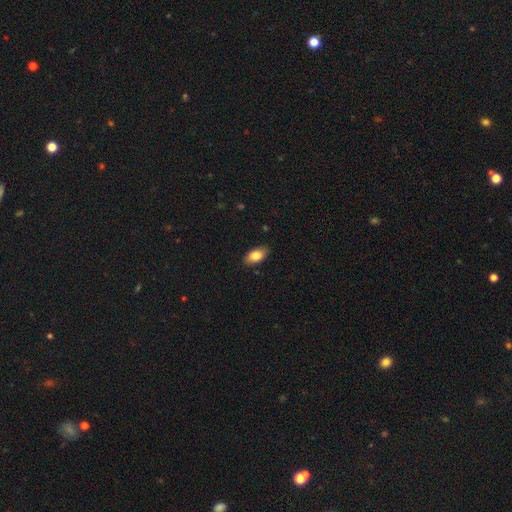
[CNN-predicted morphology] A smooth galaxy with no disk features (83%) that is in between round and cigar-shaped (91%). Merging: none (86%).